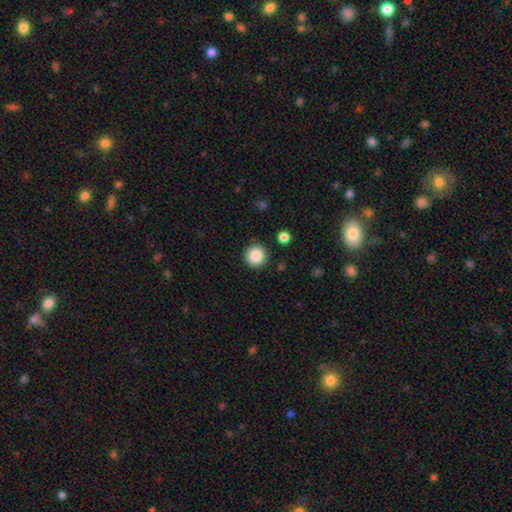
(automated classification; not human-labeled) Smooth or featured? smooth (87%)
How rounded? round (95%)
Merging? none (90%)